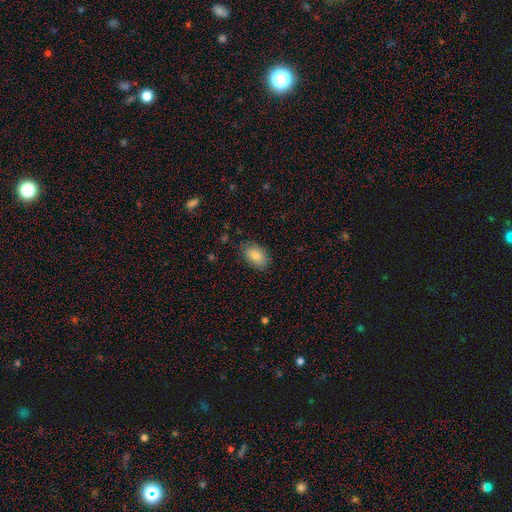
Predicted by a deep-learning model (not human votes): A smooth galaxy with no disk features (84%) that is in between round and cigar-shaped (88%).

Vote fractions:
- Smooth or featured? smooth: 84% / featured or disk: 9% / star or artifact: 7%
- How rounded? in between: 88% / round: 11% / cigar-shaped: 1%
- Merging? none: 84% / minor disturbance: 12% / major disturbance: 3% / merger: 1%